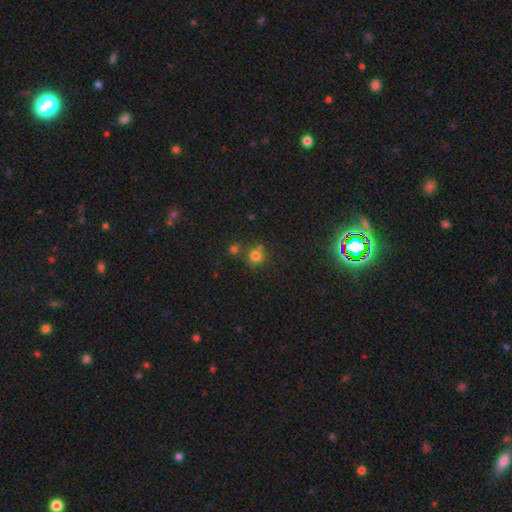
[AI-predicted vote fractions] Q: Smooth or featured?
A: smooth (73%); runner-up: star or artifact (19%)
Q: How rounded?
A: round (89%); runner-up: in between (10%)
Q: Merging?
A: none (64%); runner-up: merger (20%)